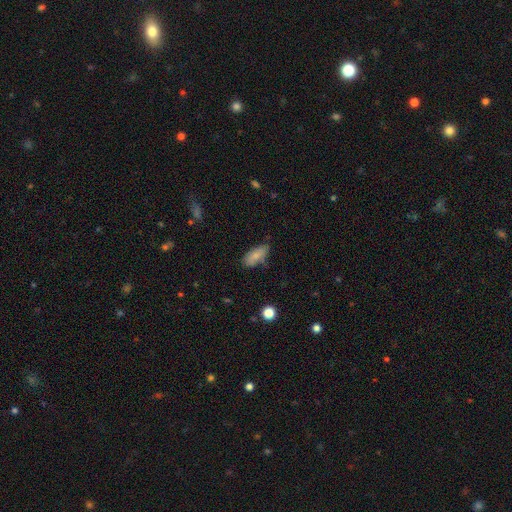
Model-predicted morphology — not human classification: smooth 79%, featured or disk 14%, star or artifact 7%. Down the decision tree: how rounded — in between (84%); merging — none (65%).